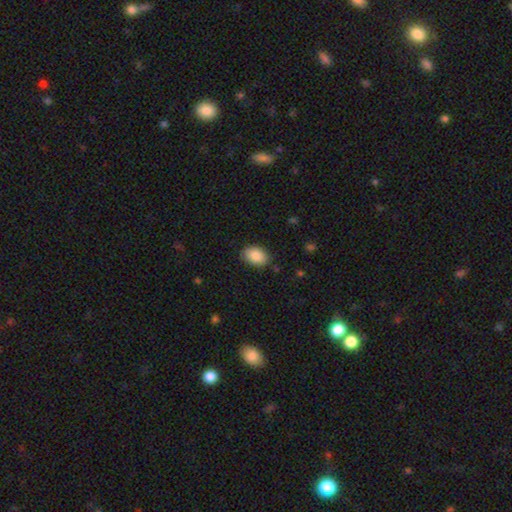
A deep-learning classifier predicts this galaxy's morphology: A smooth galaxy with no disk features (89%) that is in between round and cigar-shaped (86%). Merging: none (85%).